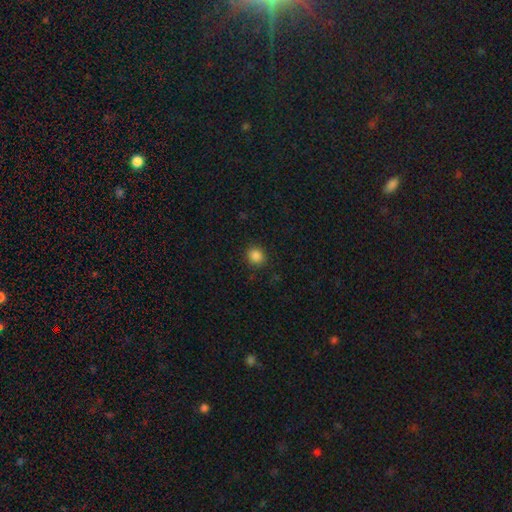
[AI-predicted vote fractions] smooth-or-featured: smooth: 86% | star or artifact: 11% | featured or disk: 3%
  how-rounded: round: 85% | in between: 14% | cigar-shaped: 1%
  merging: none: 89% | minor disturbance: 7% | major disturbance: 2% | merger: 1%